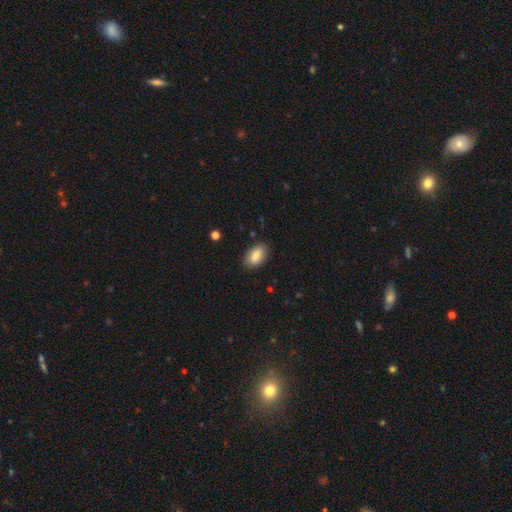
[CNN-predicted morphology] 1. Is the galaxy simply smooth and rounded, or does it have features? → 85% smooth, 9% featured or disk, 7% star or artifact.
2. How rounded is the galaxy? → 93% in between, 6% round, 2% cigar-shaped.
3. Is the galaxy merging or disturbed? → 86% none, 11% minor disturbance, 2% major disturbance, 1% merger.